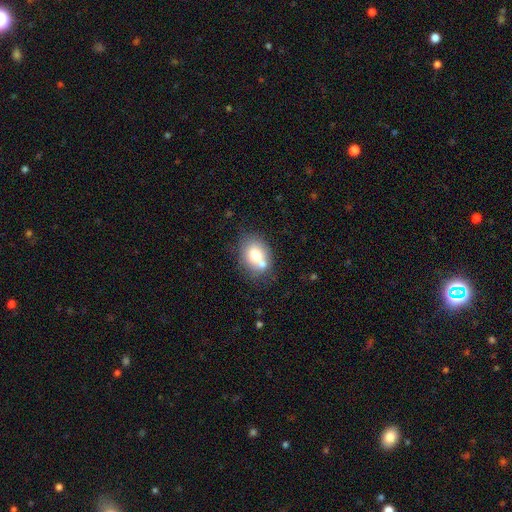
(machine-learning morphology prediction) Smooth or featured?
  - smooth: 70% *
  - featured or disk: 21%
  - star or artifact: 9%
How rounded?
  - in between: 66% *
  - round: 33%
  - cigar-shaped: 1%
Merging?
  - none: 52% *
  - merger: 29%
  - minor disturbance: 14%
  - major disturbance: 5%